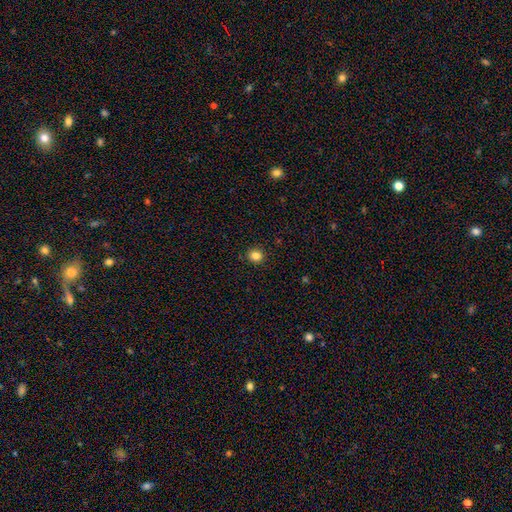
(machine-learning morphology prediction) Smooth or featured? Predicted: smooth (p=0.84). How rounded? Predicted: round (p=0.84). Merging? Predicted: none (p=0.91).